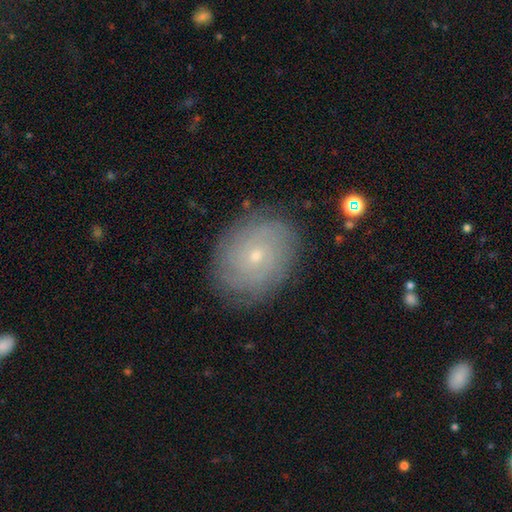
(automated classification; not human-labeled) Smooth or featured? featured or disk (64%)
Edge-on disk? no (96%)
Bar? no (83%)
Spiral arms? yes (85%)
Spiral winding? tight (80%)
Spiral arm count? can't tell (55%)
Bulge size? small (77%)
Merging? none (83%)